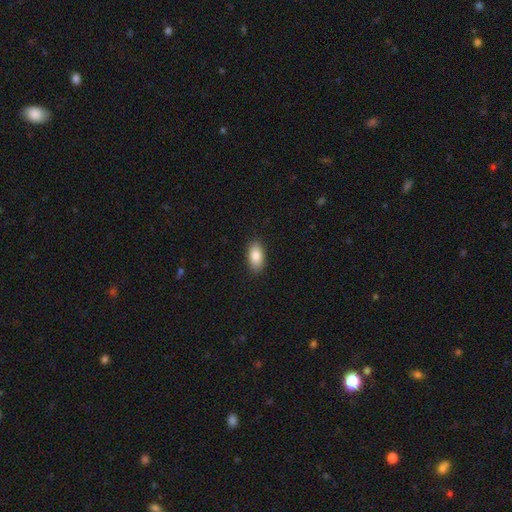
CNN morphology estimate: smooth_or_featured: smooth (p=0.86) [alt: star or artifact p=0.07]
how_rounded: in between (p=0.92) [alt: round p=0.04]
merging: none (p=0.89) [alt: minor disturbance p=0.08]